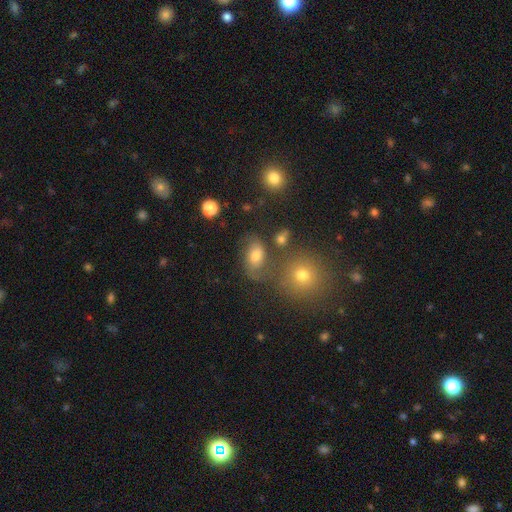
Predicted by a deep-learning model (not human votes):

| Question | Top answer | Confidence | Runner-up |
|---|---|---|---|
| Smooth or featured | smooth | 46% | featured or disk (38%) |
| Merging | none | 61% | minor disturbance (19%) |